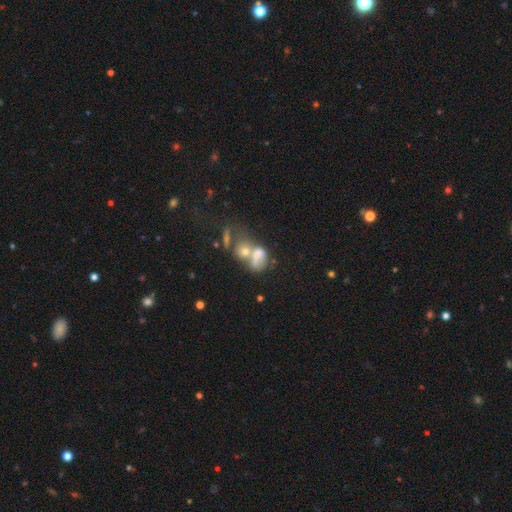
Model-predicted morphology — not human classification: This appears to be a smooth galaxy with no disk features (48%). Merging: merger (62%).